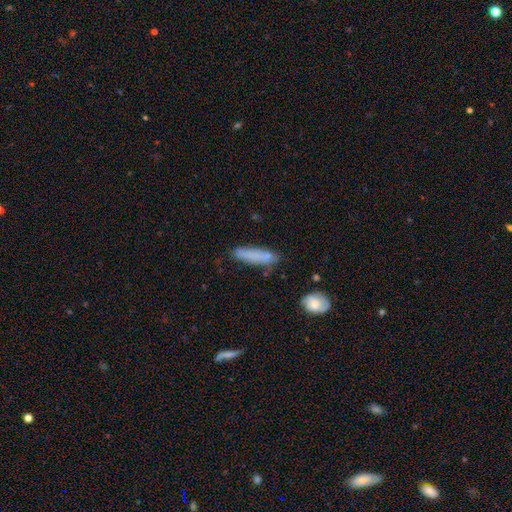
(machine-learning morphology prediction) smooth_or_featured: smooth (p=0.79) [alt: featured or disk p=0.13]
how_rounded: cigar-shaped (p=0.81) [alt: in between p=0.17]
merging: none (p=0.75) [alt: minor disturbance p=0.18]